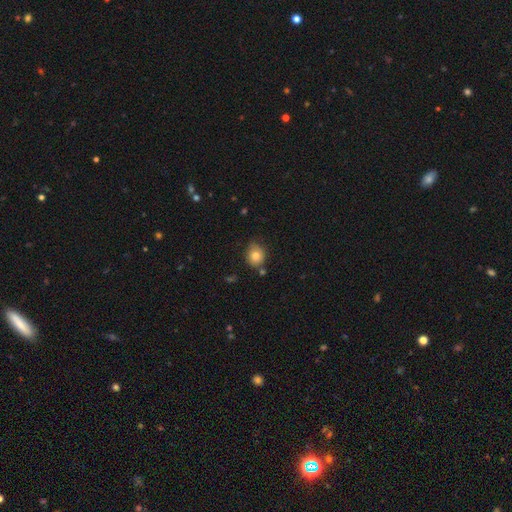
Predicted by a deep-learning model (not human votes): Overall: smooth (80%). How rounded: round (68%; in between 31%). Merging: none (70%).